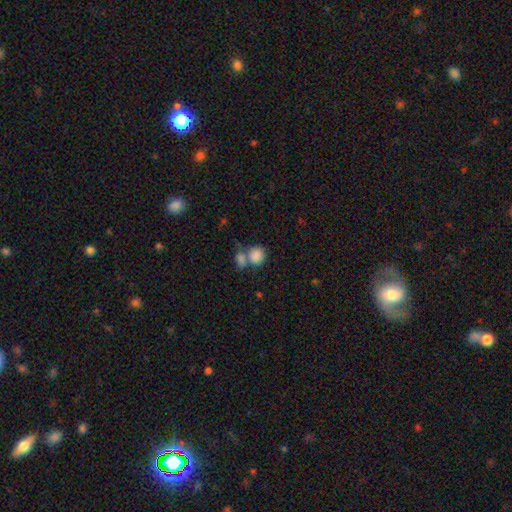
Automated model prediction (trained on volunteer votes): smooth 84%, star or artifact 8%, featured or disk 7%. Down the decision tree: how rounded — round (62%); merging — merger (53%).